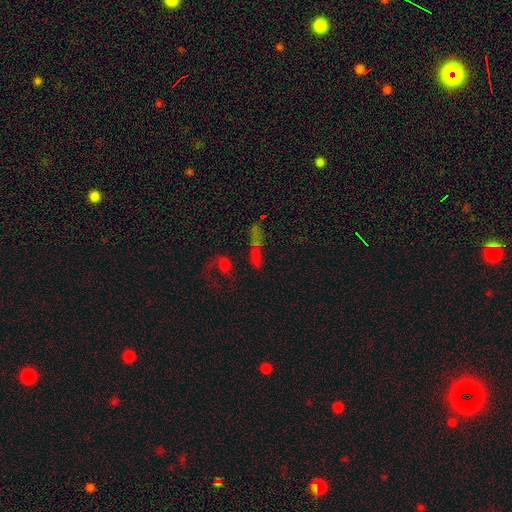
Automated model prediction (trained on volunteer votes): Smooth or featured?
  - smooth: 44% *
  - star or artifact: 36%
  - featured or disk: 21%
Merging?
  - none: 55% *
  - merger: 20%
  - minor disturbance: 14%
  - major disturbance: 11%